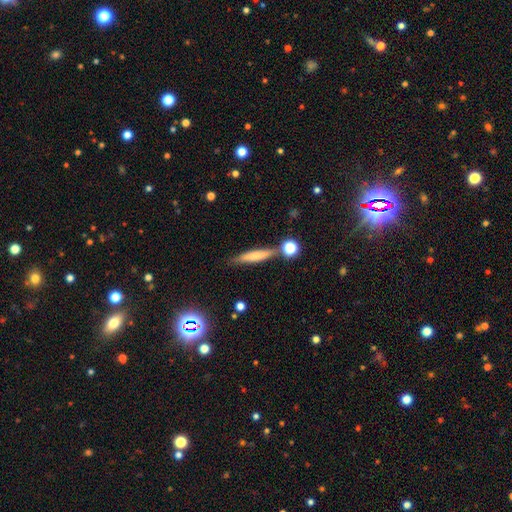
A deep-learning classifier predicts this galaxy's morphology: This is possibly a smooth galaxy (58%). How rounded: clearly cigar-shaped (84%). Merging: likely none (73%).